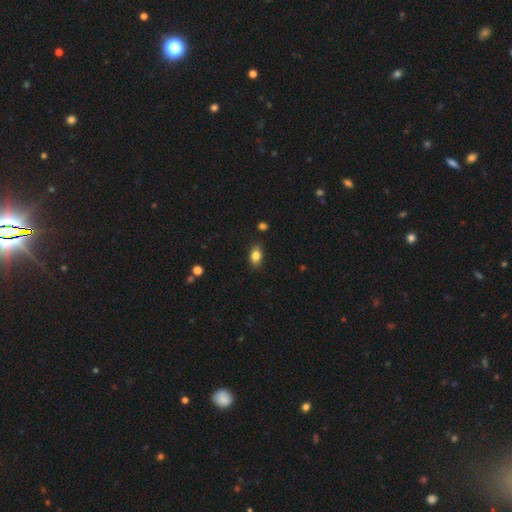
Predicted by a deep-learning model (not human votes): Smooth or featured? Predicted: smooth (p=0.84). How rounded? Predicted: in between (p=0.82). Merging? Predicted: none (p=0.83).